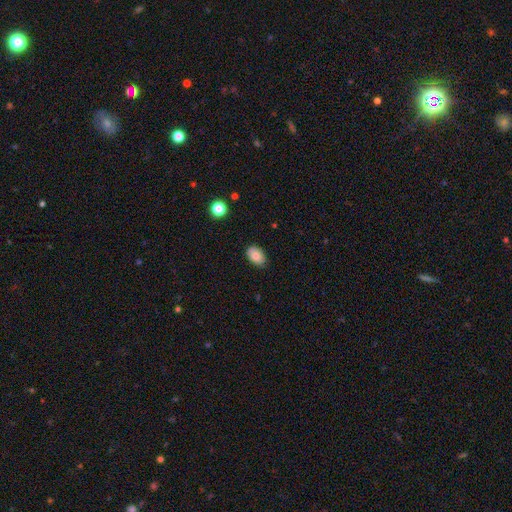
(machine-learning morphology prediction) This appears to be a smooth galaxy with no disk features (83%) that is in between round and cigar-shaped (87%). Merging: none (80%).